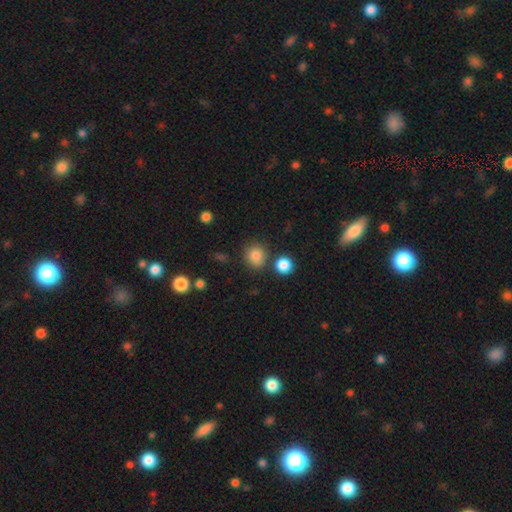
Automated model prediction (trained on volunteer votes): Smooth or featured: smooth — 83% (star or artifact — 12%)
How rounded: round — 82% (in between — 17%)
Merging: none — 76% (minor disturbance — 11%)